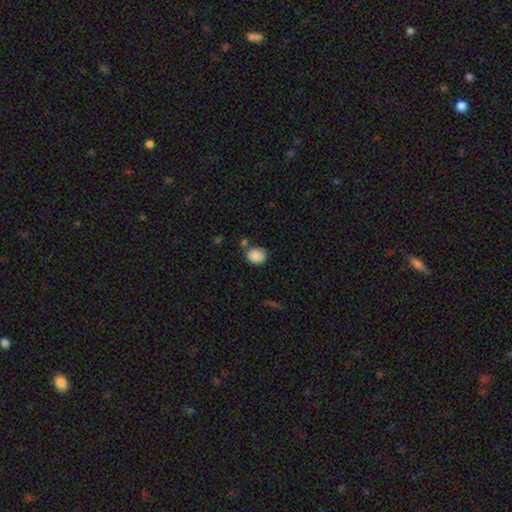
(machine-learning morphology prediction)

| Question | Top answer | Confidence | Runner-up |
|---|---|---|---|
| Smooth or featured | smooth | 87% | star or artifact (8%) |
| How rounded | round | 67% | in between (32%) |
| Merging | none | 66% | minor disturbance (16%) |